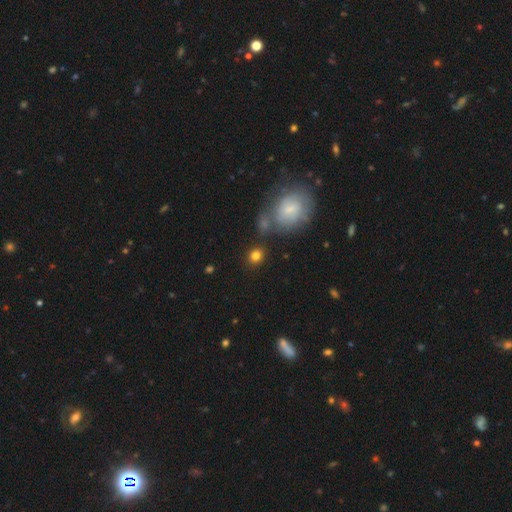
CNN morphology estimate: A smooth galaxy with no disk features (82%) that is round (78%).

Vote fractions:
- Smooth or featured? smooth: 82% / star or artifact: 10% / featured or disk: 8%
- How rounded? round: 78% / in between: 21% / cigar-shaped: 1%
- Merging? none: 79% / minor disturbance: 9% / merger: 8% / major disturbance: 4%